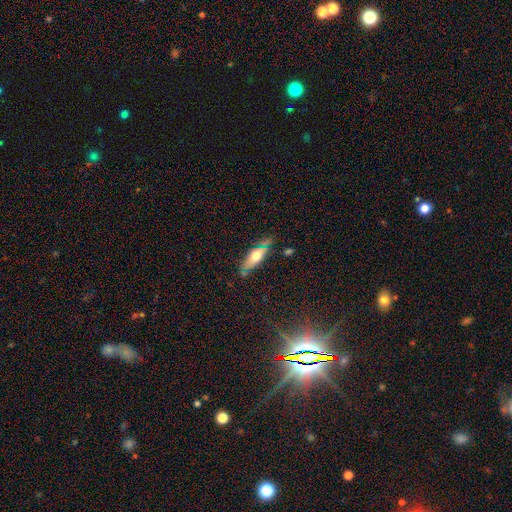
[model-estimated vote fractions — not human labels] smooth-or-featured: smooth: 54% | featured or disk: 37% | star or artifact: 8%
  how-rounded: in between: 56% | cigar-shaped: 40% | round: 4%
  merging: none: 72% | minor disturbance: 18% | merger: 5% | major disturbance: 4%